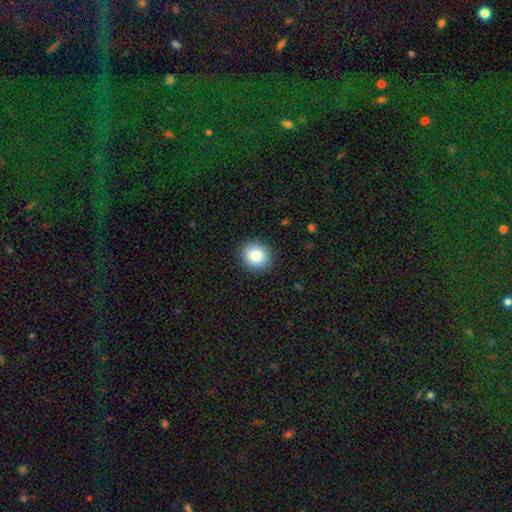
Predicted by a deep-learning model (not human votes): Q: Smooth or featured?
A: smooth (84%); runner-up: star or artifact (9%)
Q: How rounded?
A: round (83%); runner-up: in between (16%)
Q: Merging?
A: none (90%); runner-up: minor disturbance (7%)